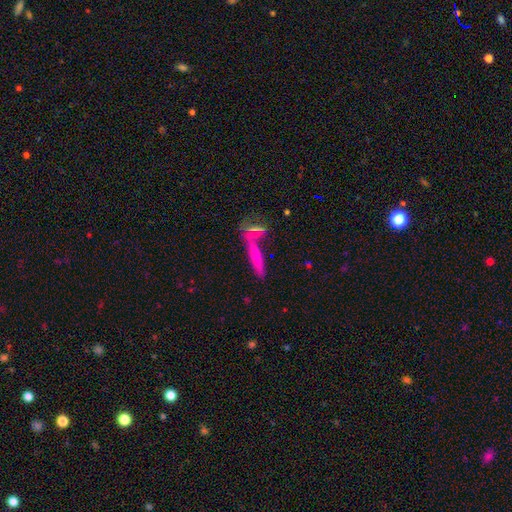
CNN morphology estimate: Smooth or featured?
  - smooth: 65% *
  - featured or disk: 25%
  - star or artifact: 10%
How rounded?
  - cigar-shaped: 87% *
  - in between: 10%
  - round: 3%
Merging?
  - none: 61% *
  - merger: 24%
  - minor disturbance: 11%
  - major disturbance: 5%